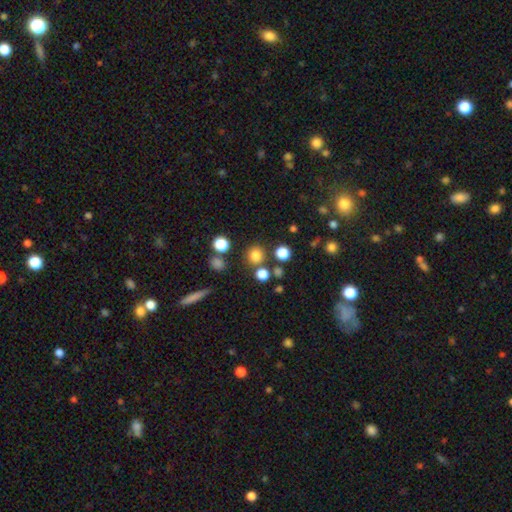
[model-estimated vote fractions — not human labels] Morphology: type=smooth (80%); roundness=round (90%); merging=none (79%).